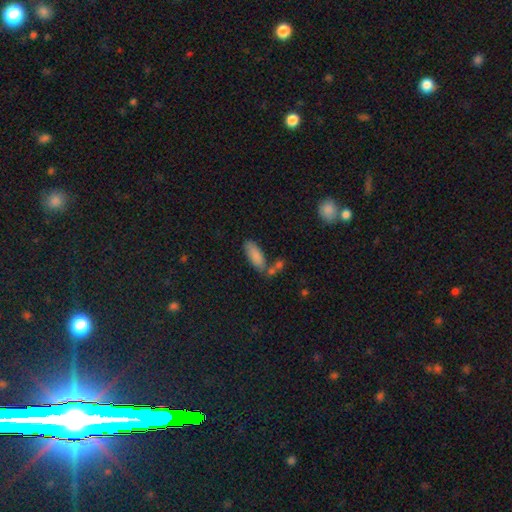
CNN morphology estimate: Smooth or featured? Predicted: smooth (p=0.85). How rounded? Predicted: in between (p=0.72). Merging? Predicted: none (p=0.61).